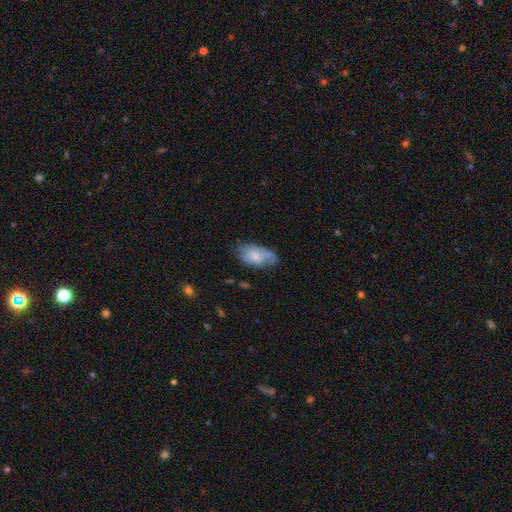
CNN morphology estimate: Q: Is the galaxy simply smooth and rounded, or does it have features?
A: smooth — 61%.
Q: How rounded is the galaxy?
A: in between — 93%.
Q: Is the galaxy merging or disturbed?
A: none — 49%.